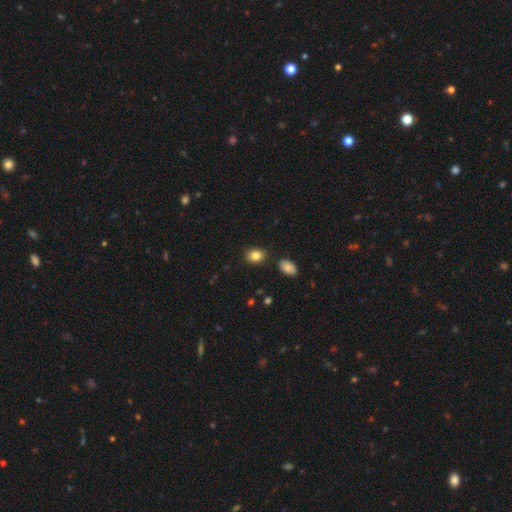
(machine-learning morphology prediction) Q: Smooth or featured?
A: smooth (84%); runner-up: star or artifact (9%)
Q: How rounded?
A: in between (60%); runner-up: round (39%)
Q: Merging?
A: none (83%); runner-up: minor disturbance (10%)